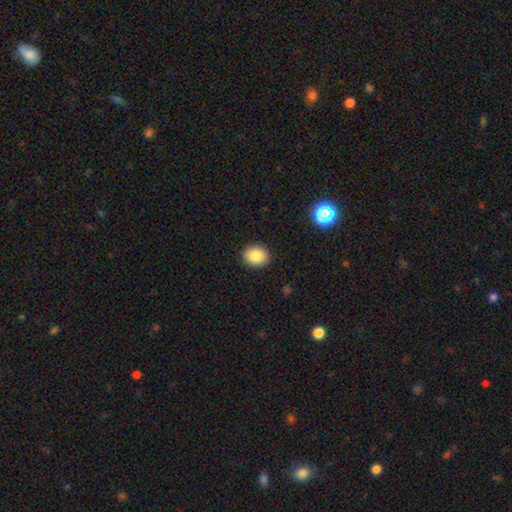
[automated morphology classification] Overall: smooth (87%). How rounded: round (58%; in between 41%). Merging: none (90%).